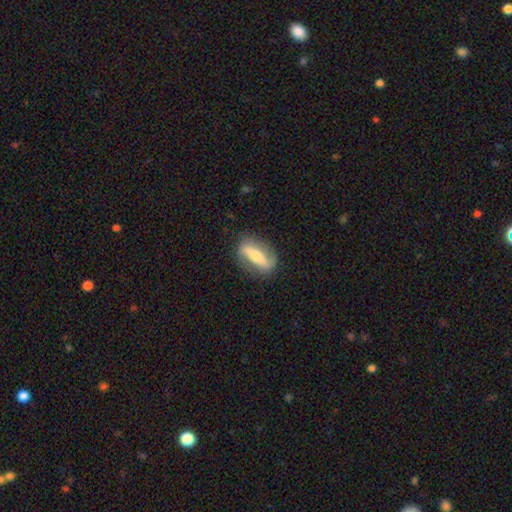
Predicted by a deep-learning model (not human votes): Smooth or featured? Predicted: featured or disk (p=0.66). Edge-on disk? Predicted: no (p=0.74). Merging? Predicted: none (p=0.80).